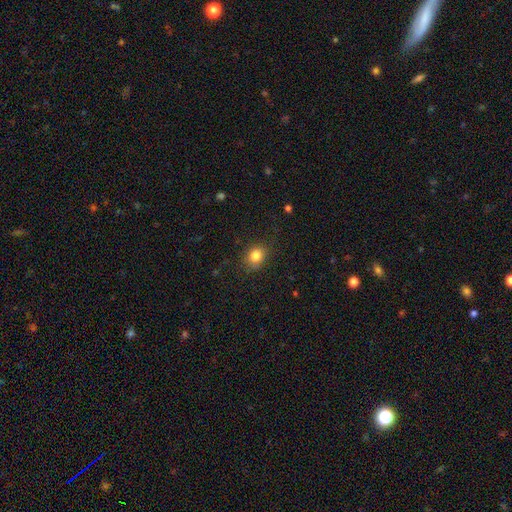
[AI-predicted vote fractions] Q: Smooth or featured?
A: smooth (83%); runner-up: star or artifact (11%)
Q: How rounded?
A: round (60%); runner-up: in between (39%)
Q: Merging?
A: none (83%); runner-up: minor disturbance (12%)